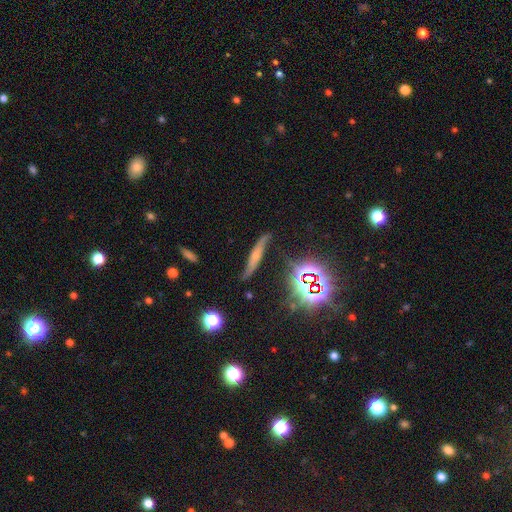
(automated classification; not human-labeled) Q: Smooth or featured?
A: featured or disk (55%); runner-up: smooth (29%)
Q: Edge-on disk?
A: yes (70%); runner-up: no (30%)
Q: Merging?
A: none (69%); runner-up: minor disturbance (23%)